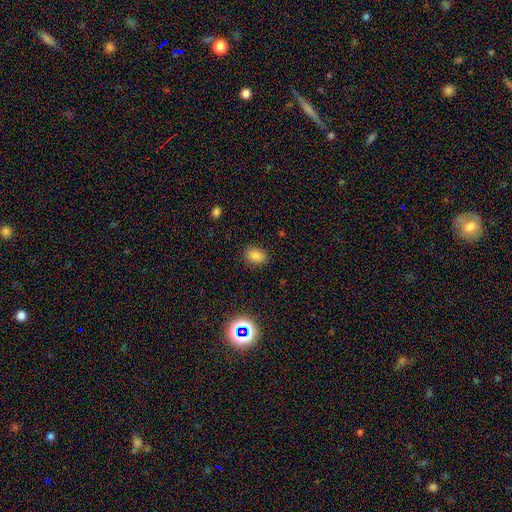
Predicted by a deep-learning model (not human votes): A smooth galaxy with no disk features (82%) that is in between round and cigar-shaped (71%).

Vote fractions:
- Smooth or featured? smooth: 82% / star or artifact: 13% / featured or disk: 5%
- How rounded? in between: 71% / round: 27% / cigar-shaped: 1%
- Merging? none: 86% / minor disturbance: 10% / major disturbance: 3% / merger: 1%